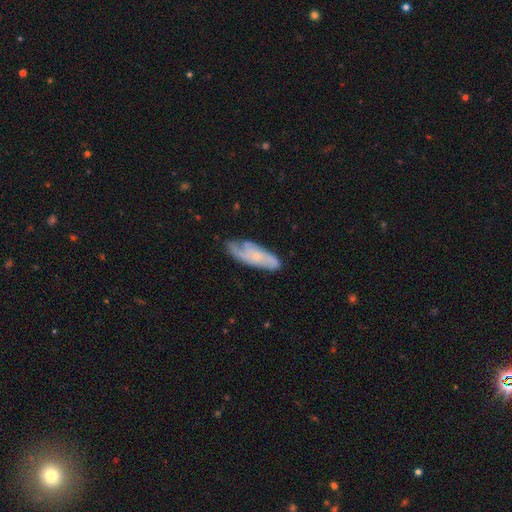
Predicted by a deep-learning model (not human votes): smooth_or_featured: featured or disk (p=0.62) [alt: smooth p=0.32]
disk_edge_on: no (p=0.84) [alt: yes p=0.16]
bar: no (p=0.76) [alt: weak p=0.20]
has_spiral_arms: yes (p=0.84) [alt: no p=0.16]
bulge_size: small (p=0.72) [alt: moderate p=0.18]
merging: none (p=0.66) [alt: minor disturbance p=0.25]